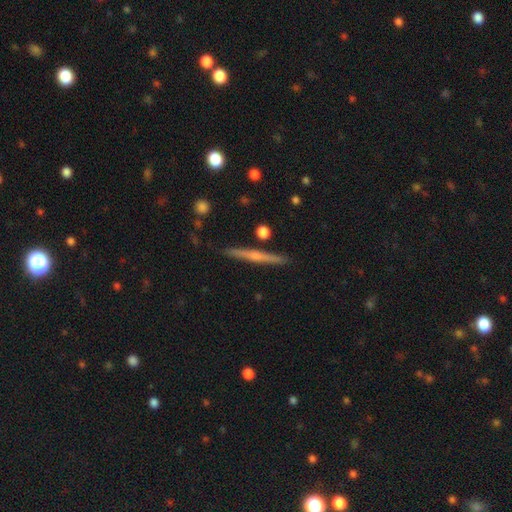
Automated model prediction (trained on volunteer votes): Smooth or featured? featured or disk (62%)
Edge-on disk? yes (98%)
Edge-on bulge? rounded (54%)
Merging? none (90%)